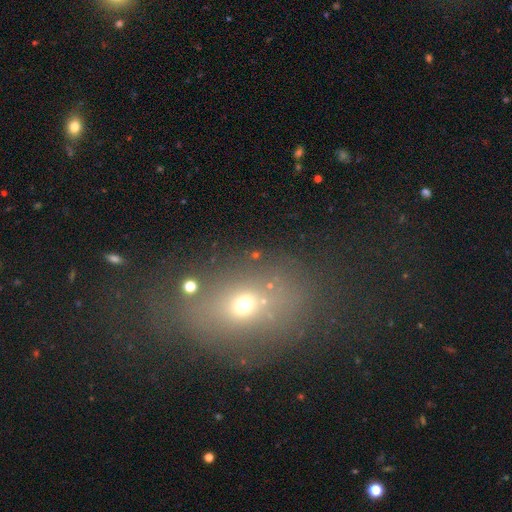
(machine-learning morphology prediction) A smooth galaxy with no disk features (50%).

Vote fractions:
- Smooth or featured? smooth: 50% / star or artifact: 32% / featured or disk: 19%
- Merging? none: 62% / minor disturbance: 16% / major disturbance: 12% / merger: 11%